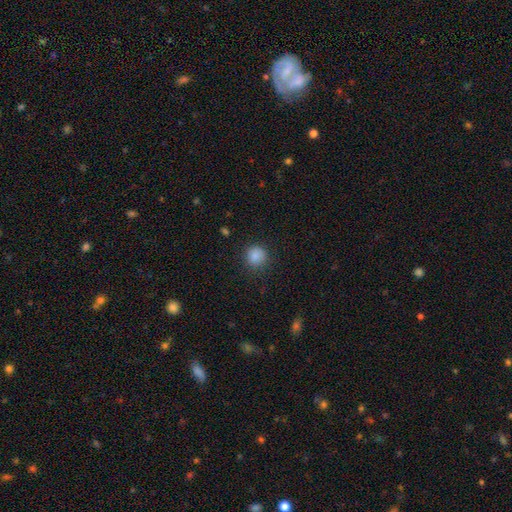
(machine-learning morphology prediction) A smooth galaxy with no disk features (86%) that is round (91%).

Vote fractions:
- Smooth or featured? smooth: 86% / star or artifact: 11% / featured or disk: 4%
- How rounded? round: 91% / in between: 8% / cigar-shaped: 1%
- Merging? none: 86% / minor disturbance: 10% / major disturbance: 3% / merger: 1%